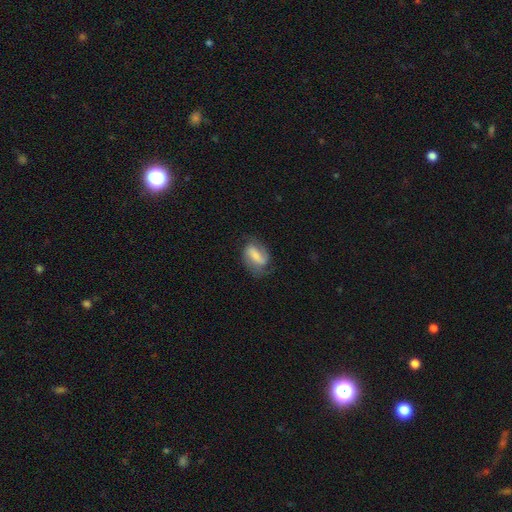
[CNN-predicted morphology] smooth-or-featured: featured or disk: 64% | smooth: 29% | star or artifact: 7%
  disk-edge-on: no: 95% | yes: 5%
    bar: strong: 45% | weak: 36% | no: 18%
    has-spiral-arms: yes: 88% | no: 12%
      spiral-winding: medium: 43% | loose: 30% | tight: 27%
      spiral-arm-count: 2: 78% | 1: 11% | can't tell: 8% | 3: 2% | 4: 1% | more than 4: 1%
    bulge-size: small: 41% | moderate: 30% | none: 18% | large: 10% | dominant: 2%
  merging: none: 66% | minor disturbance: 21% | major disturbance: 12% | merger: 1%